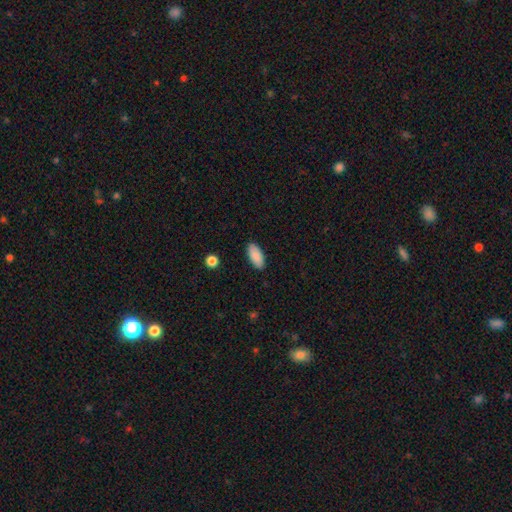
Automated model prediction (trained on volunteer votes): Smooth or featured? Predicted: smooth (p=0.89). How rounded? Predicted: in between (p=0.90). Merging? Predicted: none (p=0.89).